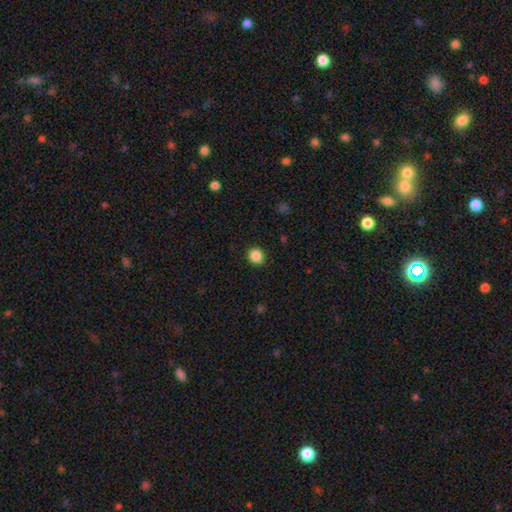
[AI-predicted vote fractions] Q: Smooth or featured?
A: smooth (87%); runner-up: star or artifact (10%)
Q: How rounded?
A: round (71%); runner-up: in between (28%)
Q: Merging?
A: none (90%); runner-up: minor disturbance (7%)